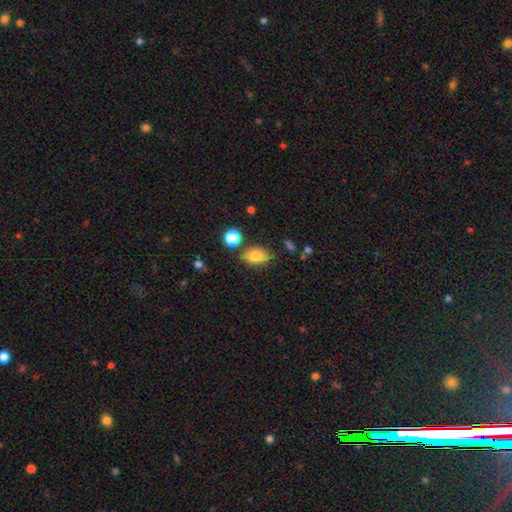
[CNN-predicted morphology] Overall: smooth (83%). How rounded: in between (80%). Merging: none (75%).